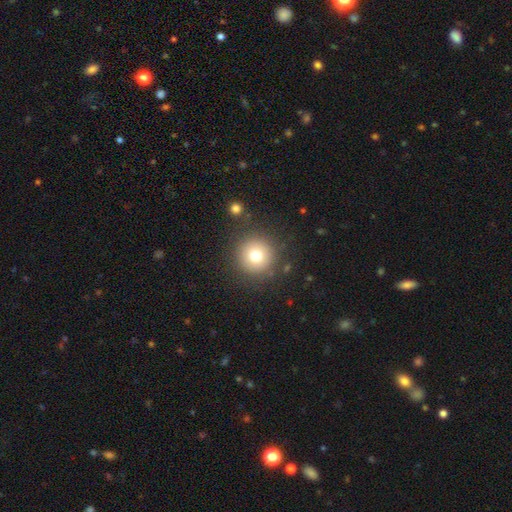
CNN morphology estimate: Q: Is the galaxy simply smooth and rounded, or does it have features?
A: smooth — 74%.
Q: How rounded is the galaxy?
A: round — 96%.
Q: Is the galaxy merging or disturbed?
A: none — 88%.